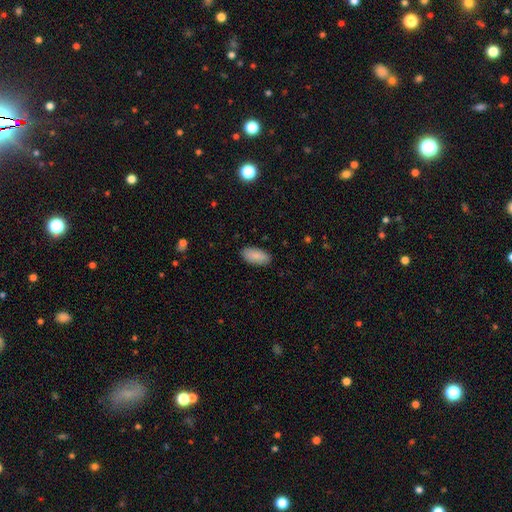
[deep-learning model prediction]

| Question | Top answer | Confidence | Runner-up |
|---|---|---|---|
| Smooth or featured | smooth | 86% | featured or disk (7%) |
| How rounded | in between | 92% | cigar-shaped (6%) |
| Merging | none | 88% | minor disturbance (9%) |